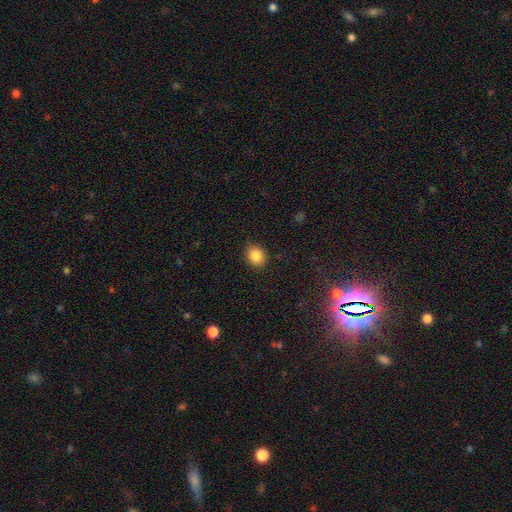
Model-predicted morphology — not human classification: smooth_or_featured: smooth (p=0.85) [alt: star or artifact p=0.10]
how_rounded: round (p=0.60) [alt: in between p=0.39]
merging: none (p=0.86) [alt: minor disturbance p=0.10]